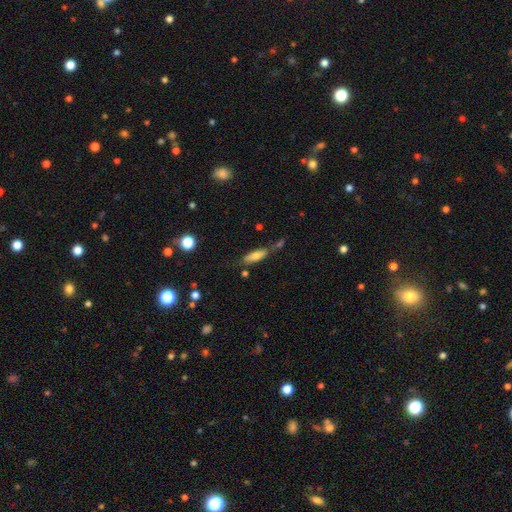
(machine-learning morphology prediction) smooth_or_featured: smooth (p=0.73) [alt: featured or disk p=0.19]
how_rounded: in between (p=0.51) [alt: cigar-shaped p=0.46]
merging: none (p=0.61) [alt: minor disturbance p=0.19]